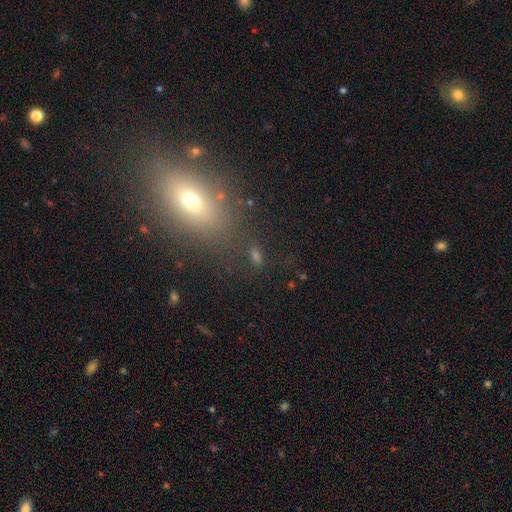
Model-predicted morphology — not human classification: A smooth galaxy with no disk features (58%) that is in between round and cigar-shaped (70%).

Vote fractions:
- Smooth or featured? smooth: 58% / star or artifact: 27% / featured or disk: 15%
- How rounded? in between: 70% / round: 18% / cigar-shaped: 12%
- Merging? none: 69% / minor disturbance: 14% / merger: 9% / major disturbance: 8%